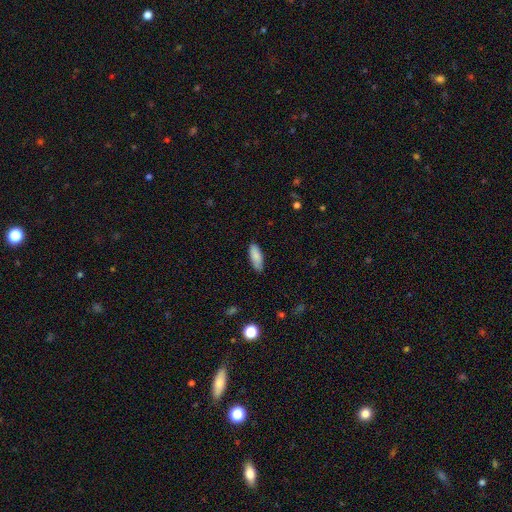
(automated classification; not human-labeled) This appears to be a smooth galaxy with no disk features (85%) that is in between round and cigar-shaped (74%). Merging: none (82%).